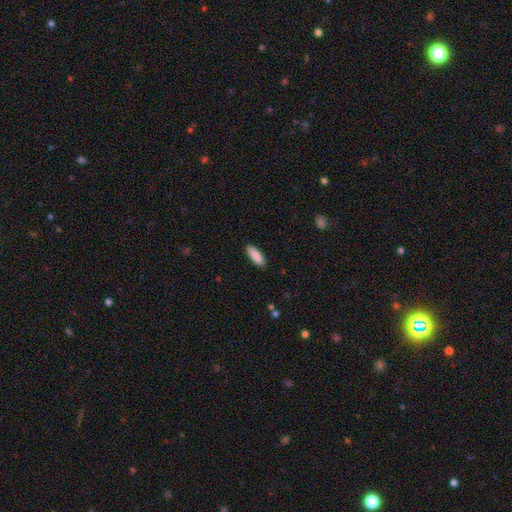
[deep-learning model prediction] smooth 90%, star or artifact 6%, featured or disk 5%. Down the decision tree: how rounded — in between (61%); merging — none (89%).